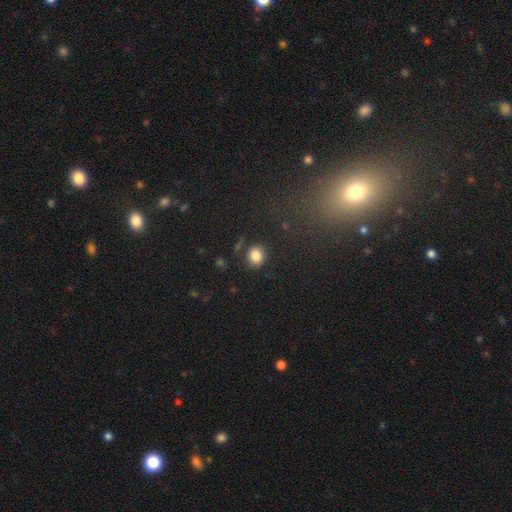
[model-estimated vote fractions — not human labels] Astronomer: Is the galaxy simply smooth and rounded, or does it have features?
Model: smooth — 84%.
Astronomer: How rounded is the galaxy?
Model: round — 62%.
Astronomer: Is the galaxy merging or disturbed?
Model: none — 84%.